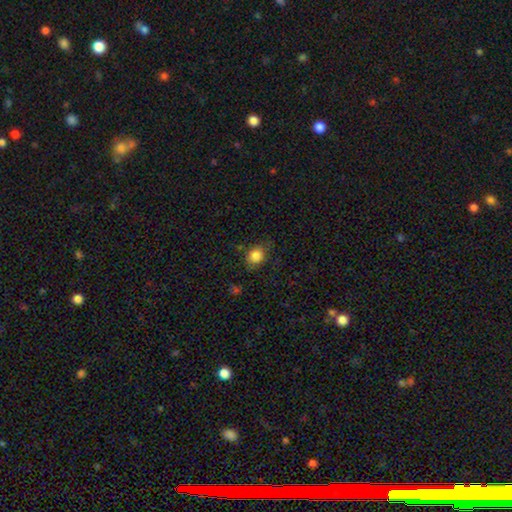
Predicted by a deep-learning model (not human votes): Morphology: type=smooth (83%); roundness=round (52%); merging=none (72%).